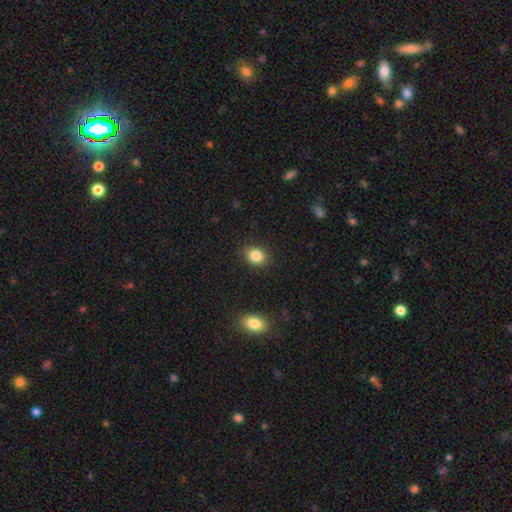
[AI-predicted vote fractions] A smooth galaxy with no disk features (85%) that is round (51%).

Vote fractions:
- Smooth or featured? smooth: 85% / star or artifact: 10% / featured or disk: 5%
- How rounded? round: 51% / in between: 48% / cigar-shaped: 1%
- Merging? none: 86% / minor disturbance: 10% / major disturbance: 3% / merger: 1%